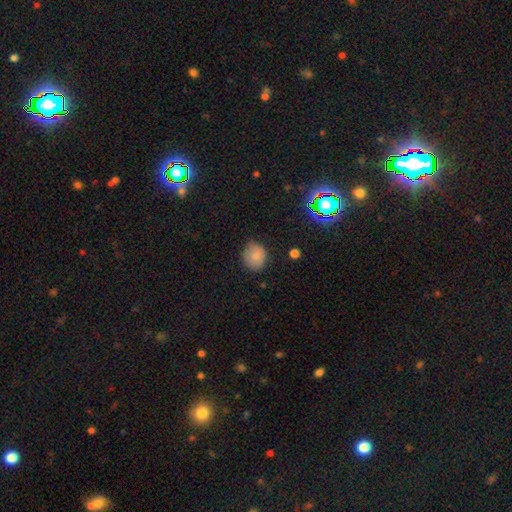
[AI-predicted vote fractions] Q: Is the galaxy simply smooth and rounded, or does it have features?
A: smooth — 84%.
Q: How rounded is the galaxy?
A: round — 79%.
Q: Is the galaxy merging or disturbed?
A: none — 79%.